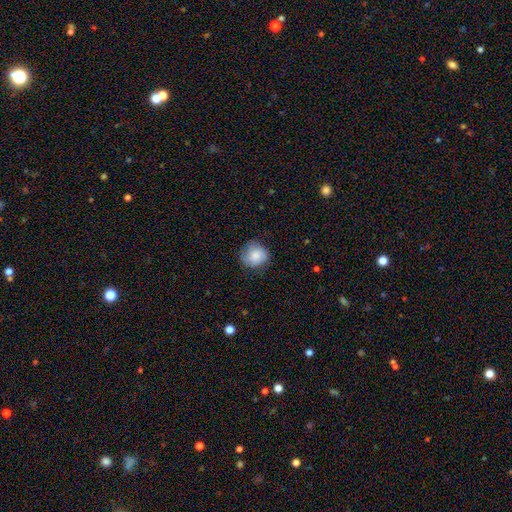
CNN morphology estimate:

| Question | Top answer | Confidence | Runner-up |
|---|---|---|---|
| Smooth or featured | smooth | 80% | featured or disk (13%) |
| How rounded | round | 87% | in between (12%) |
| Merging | none | 73% | minor disturbance (21%) |